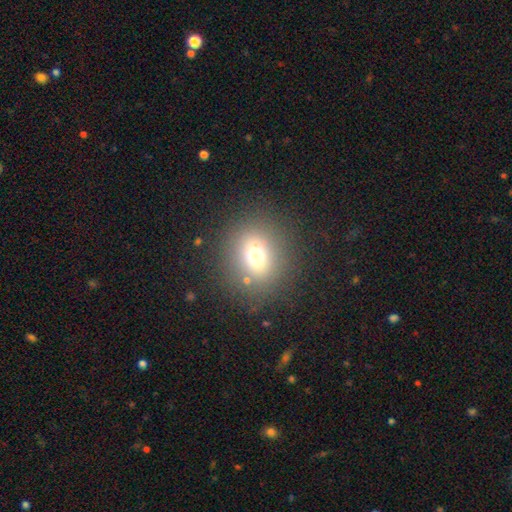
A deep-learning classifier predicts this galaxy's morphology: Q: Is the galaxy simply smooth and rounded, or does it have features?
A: smooth — 66%.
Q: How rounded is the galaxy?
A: round — 76%.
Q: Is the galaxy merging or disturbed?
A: none — 79%.